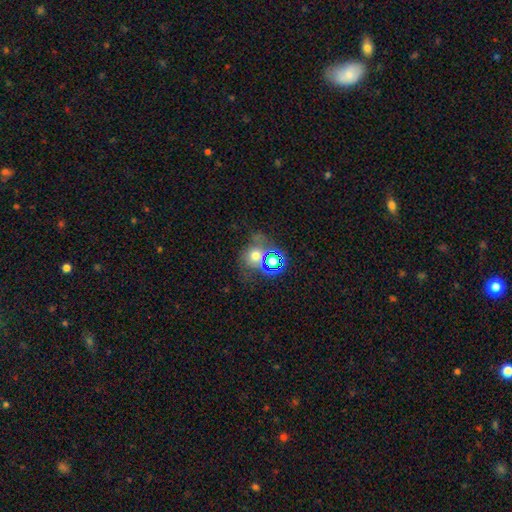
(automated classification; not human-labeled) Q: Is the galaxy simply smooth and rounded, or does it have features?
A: smooth — 56%.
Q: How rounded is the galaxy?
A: round — 73%.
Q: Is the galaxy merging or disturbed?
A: none — 49%.